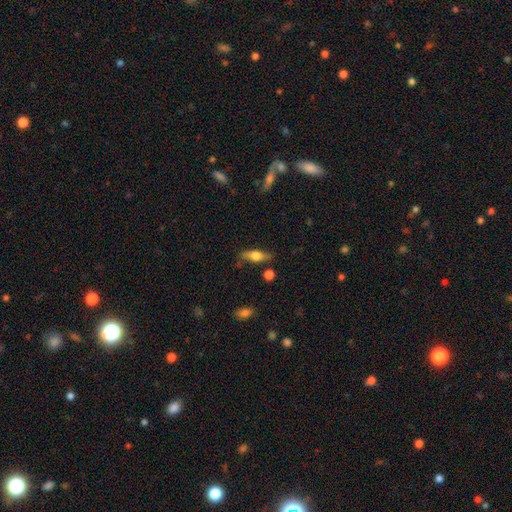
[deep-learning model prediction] Q: Smooth or featured?
A: featured or disk (51%); runner-up: smooth (41%)
Q: Edge-on disk?
A: yes (91%); runner-up: no (9%)
Q: Merging?
A: none (78%); runner-up: minor disturbance (15%)